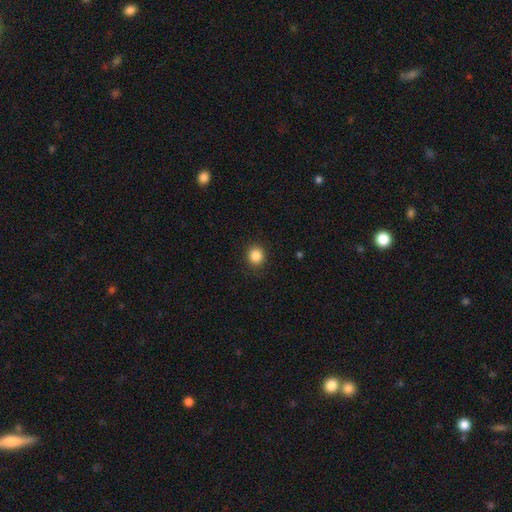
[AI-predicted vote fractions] Morphology: type=smooth (86%); roundness=round (88%); merging=none (91%).